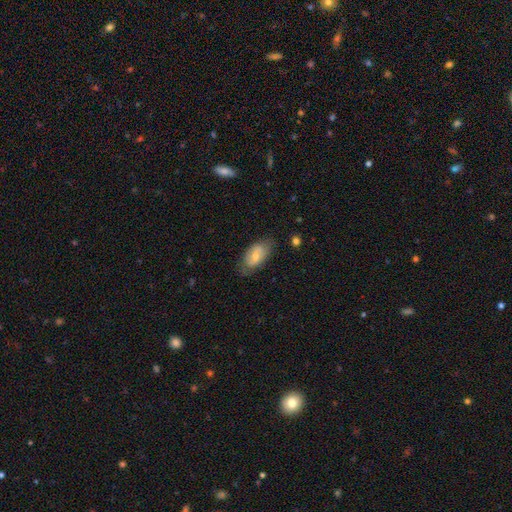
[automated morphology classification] Smooth or featured? smooth (58%)
How rounded? in between (92%)
Merging? none (69%)